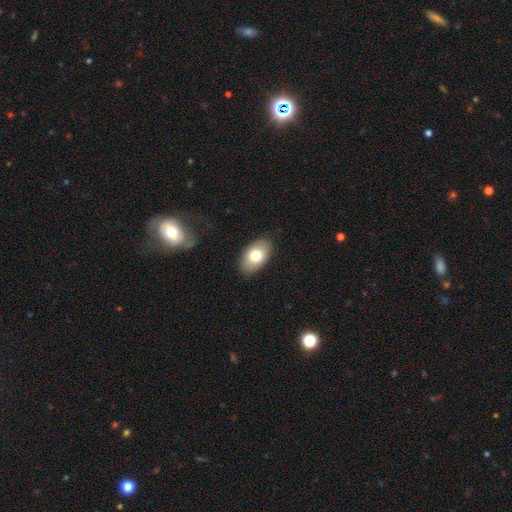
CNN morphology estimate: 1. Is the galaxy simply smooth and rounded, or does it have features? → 73% smooth, 19% featured or disk, 7% star or artifact.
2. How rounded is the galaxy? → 92% in between, 7% round, 1% cigar-shaped.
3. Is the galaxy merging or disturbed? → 86% none, 10% minor disturbance, 2% major disturbance, 1% merger.